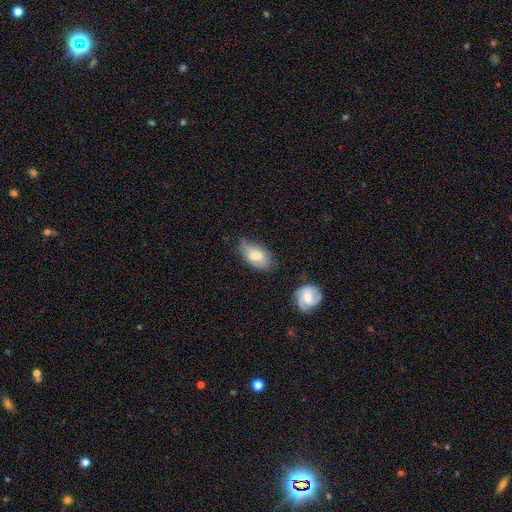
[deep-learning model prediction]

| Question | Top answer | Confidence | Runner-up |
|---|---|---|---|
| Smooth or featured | smooth | 69% | featured or disk (24%) |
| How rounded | in between | 91% | round (6%) |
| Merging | minor disturbance | 43% | none (39%) |